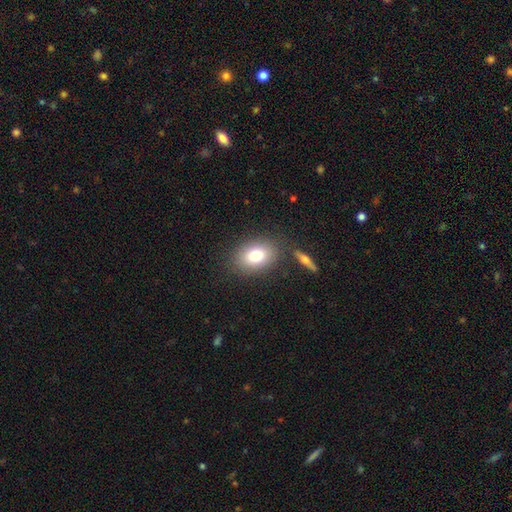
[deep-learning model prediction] Overall: smooth (76%). How rounded: in between (73%). Merging: none (80%).